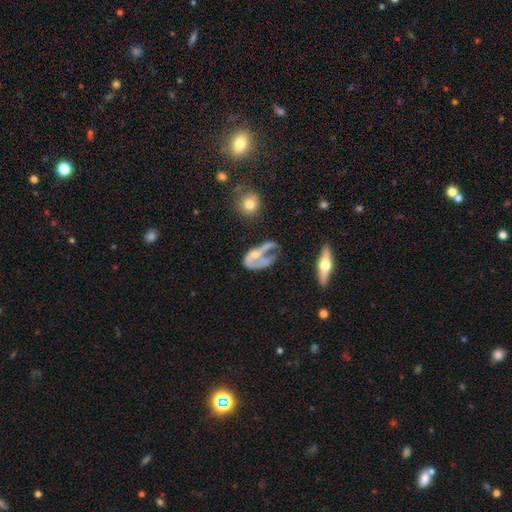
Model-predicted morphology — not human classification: smooth_or_featured: featured or disk (p=0.60) [alt: smooth p=0.31]
disk_edge_on: no (p=0.91) [alt: yes p=0.09]
bar: no (p=0.75) [alt: weak p=0.18]
has_spiral_arms: no (p=0.62) [alt: yes p=0.38]
bulge_size: small (p=0.41) [alt: moderate p=0.37]
merging: major disturbance (p=0.49) [alt: merger p=0.19]